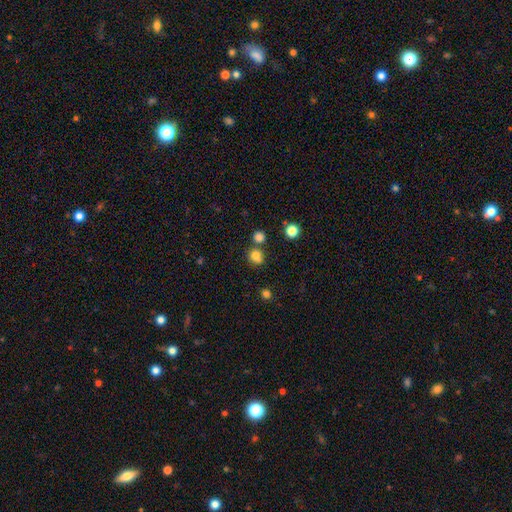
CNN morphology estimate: type=smooth (78%); roundness=round (82%); merging=none (67%).